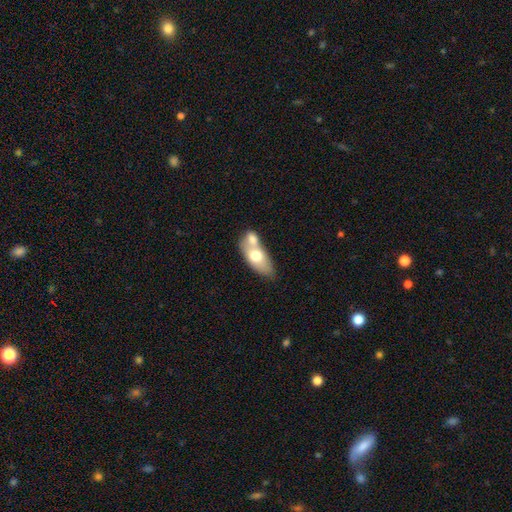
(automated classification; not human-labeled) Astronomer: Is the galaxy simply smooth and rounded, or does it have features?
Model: smooth — 63%.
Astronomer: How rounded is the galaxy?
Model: in between — 83%.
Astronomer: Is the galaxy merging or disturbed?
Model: merger — 60%.